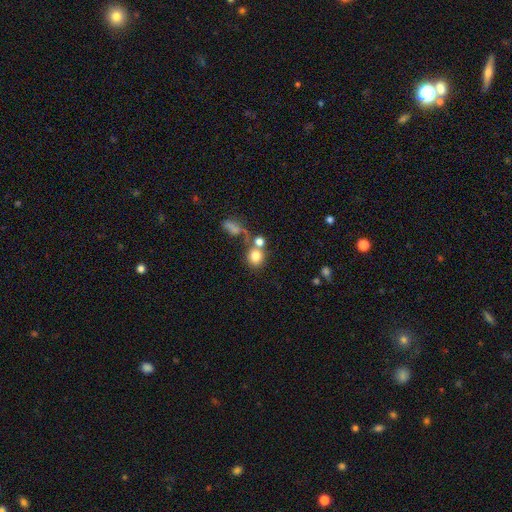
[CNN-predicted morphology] This is likely a smooth galaxy (77%). How rounded: likely round (76%). Merging: marginally none (44%).